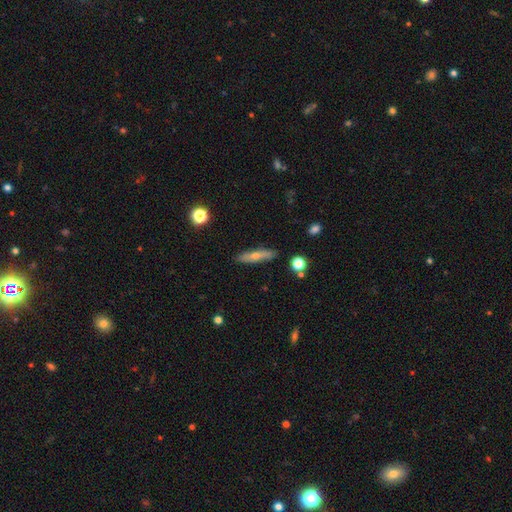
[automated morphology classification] smooth 50%, featured or disk 42%, star or artifact 8%. Down the decision tree: merging — none (88%).